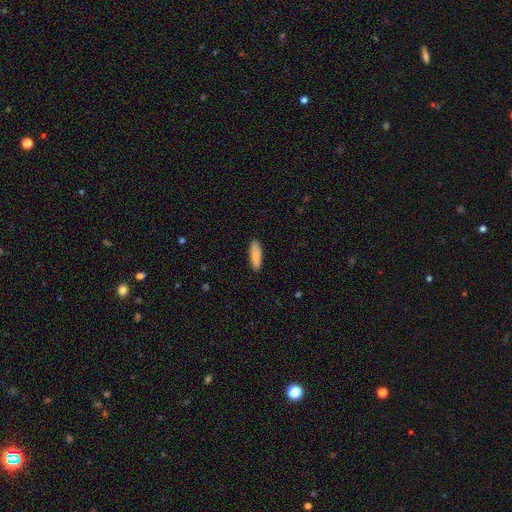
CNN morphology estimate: smooth-or-featured: smooth: 87% | featured or disk: 7% | star or artifact: 6%
  how-rounded: cigar-shaped: 55% | in between: 43% | round: 2%
  merging: none: 89% | minor disturbance: 8% | major disturbance: 2% | merger: 1%